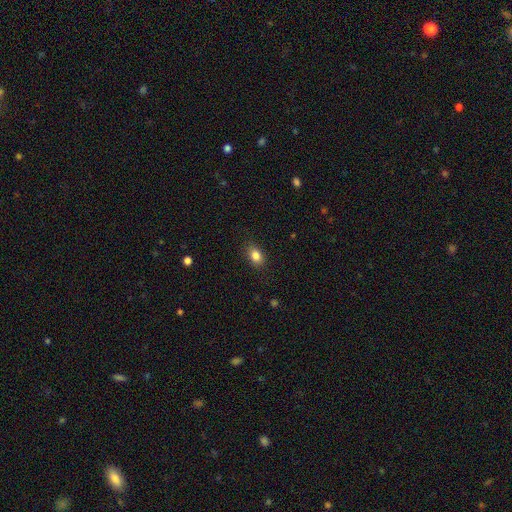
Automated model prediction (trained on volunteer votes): smooth-or-featured: smooth: 85% | star or artifact: 9% | featured or disk: 6%
  how-rounded: in between: 75% | round: 23% | cigar-shaped: 1%
  merging: none: 86% | minor disturbance: 10% | major disturbance: 2% | merger: 1%